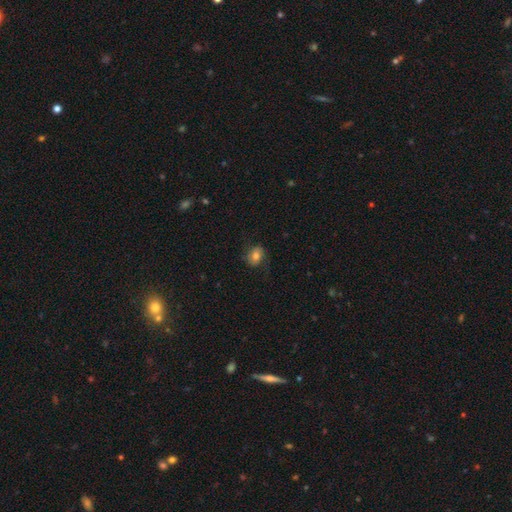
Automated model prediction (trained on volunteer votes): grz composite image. It shows a smooth galaxy with no disk features (70%) that is in between round and cigar-shaped (54%). Merging: none (70%).